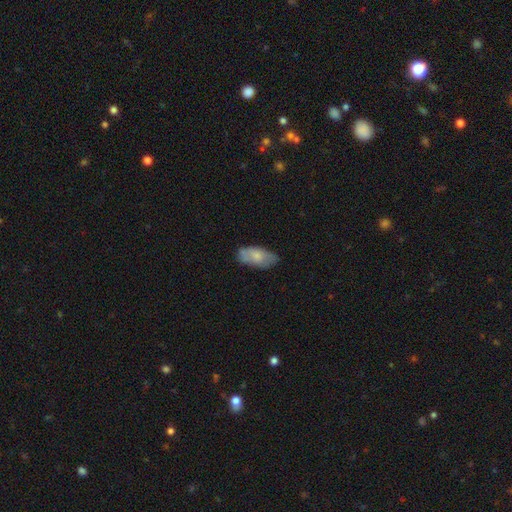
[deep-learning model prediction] The model was most divided on "smooth or featured": smooth: 66%, featured or disk: 28%, star or artifact: 6%. More confident: how rounded — in between (91%); merging — none (67%).